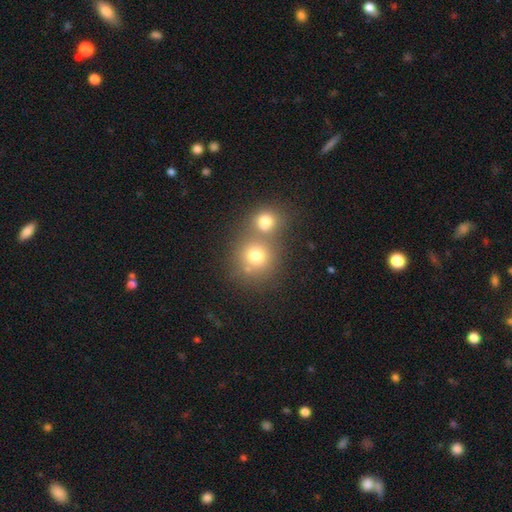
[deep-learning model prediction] A smooth galaxy with no disk features (74%) that is round (86%).

Vote fractions:
- Smooth or featured? smooth: 74% / star or artifact: 14% / featured or disk: 12%
- How rounded? round: 86% / in between: 13% / cigar-shaped: 1%
- Merging? merger: 46% / none: 45% / minor disturbance: 6% / major disturbance: 3%